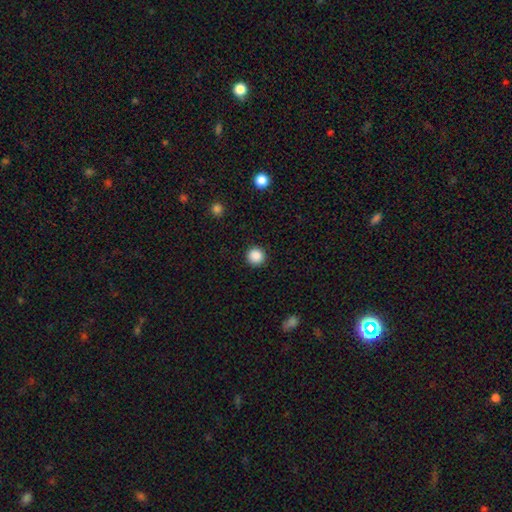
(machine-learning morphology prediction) A smooth galaxy with no disk features (88%) that is round (96%).

Vote fractions:
- Smooth or featured? smooth: 88% / star or artifact: 10% / featured or disk: 2%
- How rounded? round: 96% / in between: 3% / cigar-shaped: 1%
- Merging? none: 92% / minor disturbance: 5% / major disturbance: 2% / merger: 1%